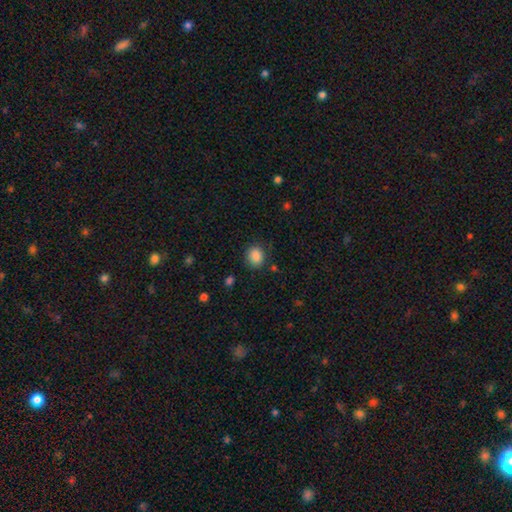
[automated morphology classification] A smooth galaxy with no disk features (87%) that is round (66%). Merging: none (84%).